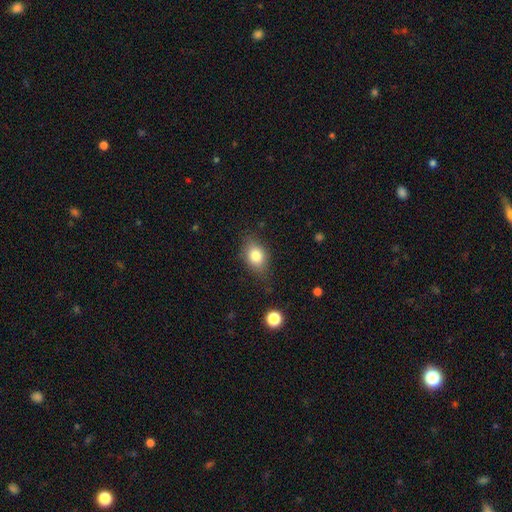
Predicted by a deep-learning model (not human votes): Overall: smooth (80%). How rounded: in between (70%). Merging: none (73%).